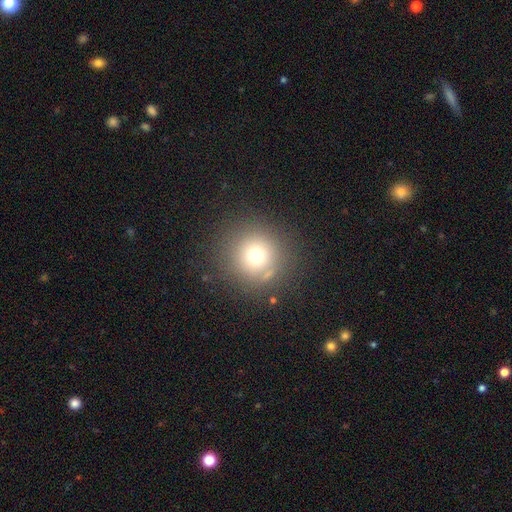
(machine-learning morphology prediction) type=smooth (70%); roundness=round (95%); merging=none (83%).